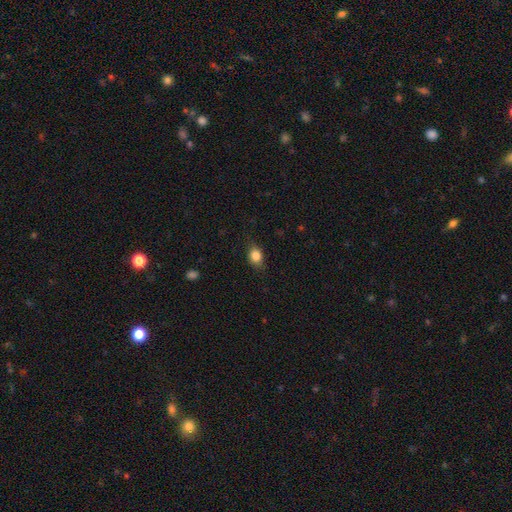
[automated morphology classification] The model was most divided on "how rounded": in between: 55%, round: 43%, cigar-shaped: 2%. More confident: smooth or featured — smooth (84%); merging — none (79%).